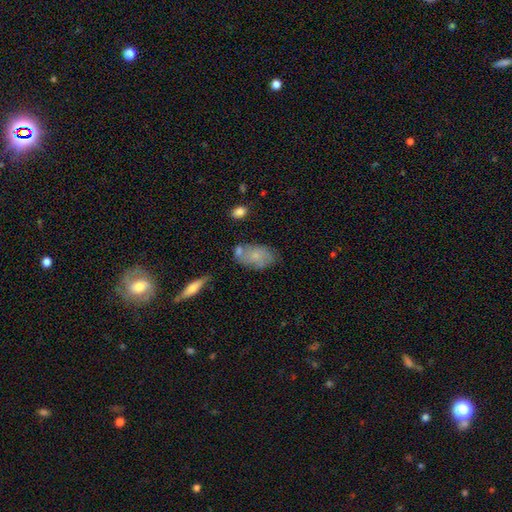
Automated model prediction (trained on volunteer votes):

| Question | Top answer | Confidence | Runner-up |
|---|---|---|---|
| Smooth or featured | smooth | 57% | featured or disk (35%) |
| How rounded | in between | 90% | round (6%) |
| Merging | none | 57% | minor disturbance (24%) |